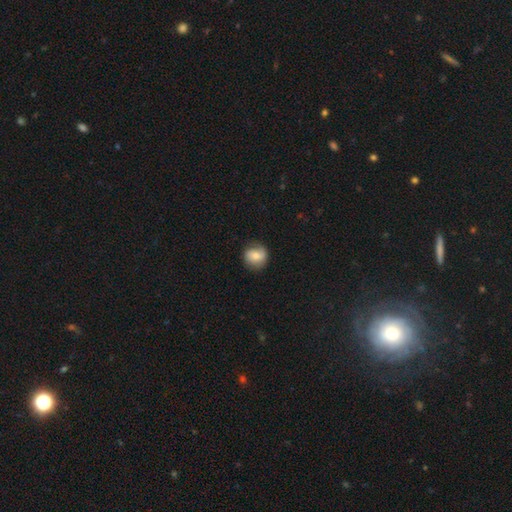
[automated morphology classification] smooth-or-featured: smooth: 65% | featured or disk: 27% | star or artifact: 8%
  how-rounded: round: 79% | in between: 20% | cigar-shaped: 1%
  merging: none: 75% | minor disturbance: 18% | major disturbance: 6% | merger: 1%